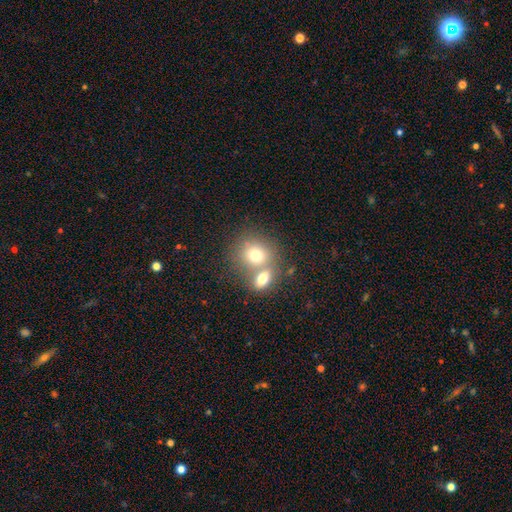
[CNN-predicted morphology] Q: Smooth or featured?
A: smooth (74%); runner-up: featured or disk (16%)
Q: How rounded?
A: round (68%); runner-up: in between (31%)
Q: Merging?
A: merger (56%); runner-up: none (34%)